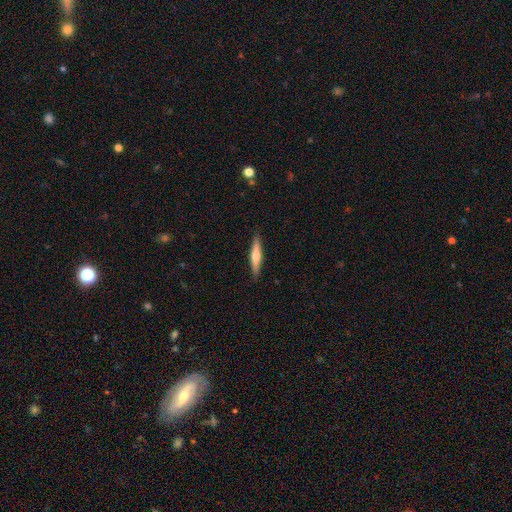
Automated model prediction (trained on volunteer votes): Smooth or featured? Predicted: smooth (p=0.51). How rounded? Predicted: cigar-shaped (p=0.89). Merging? Predicted: none (p=0.90).